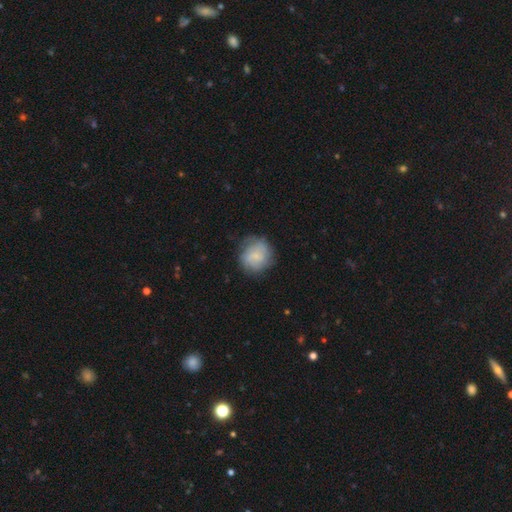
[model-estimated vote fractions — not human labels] This is likely a smooth galaxy (63%). How rounded: clearly round (84%). Merging: likely none (71%).